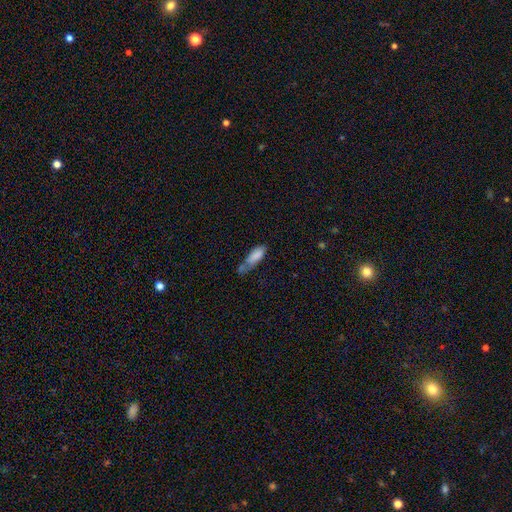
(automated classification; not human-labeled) Smooth or featured?
  - smooth: 82% *
  - featured or disk: 11%
  - star or artifact: 7%
How rounded?
  - in between: 63% *
  - cigar-shaped: 35%
  - round: 2%
Merging?
  - none: 31% *
  - minor disturbance: 28%
  - merger: 26%
  - major disturbance: 15%